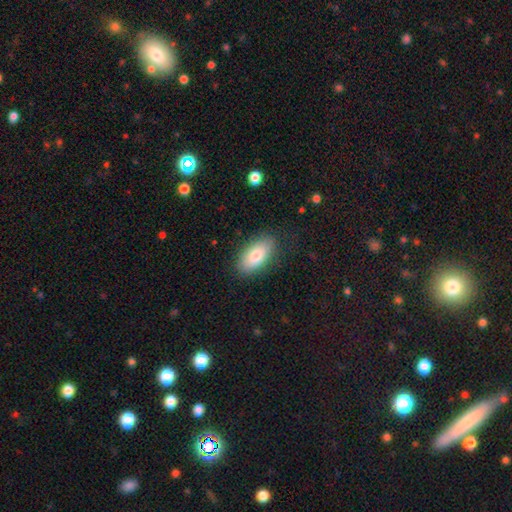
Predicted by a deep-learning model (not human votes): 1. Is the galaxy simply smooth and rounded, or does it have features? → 78% smooth, 15% featured or disk, 7% star or artifact.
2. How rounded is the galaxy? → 92% in between, 5% cigar-shaped, 3% round.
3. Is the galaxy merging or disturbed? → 83% none, 12% minor disturbance, 3% major disturbance, 1% merger.